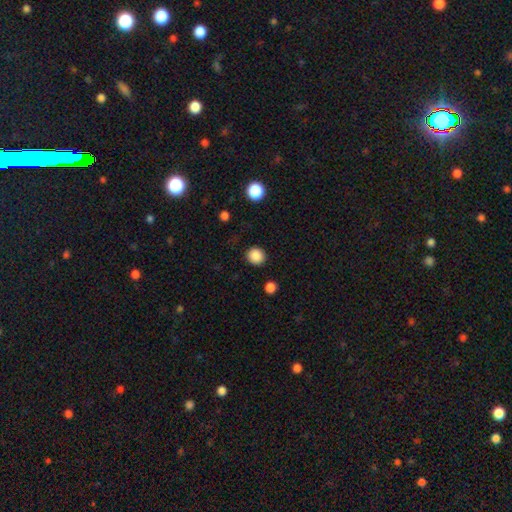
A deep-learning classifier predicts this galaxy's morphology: A smooth galaxy with no disk features (88%) that is round (87%). Merging: none (90%).